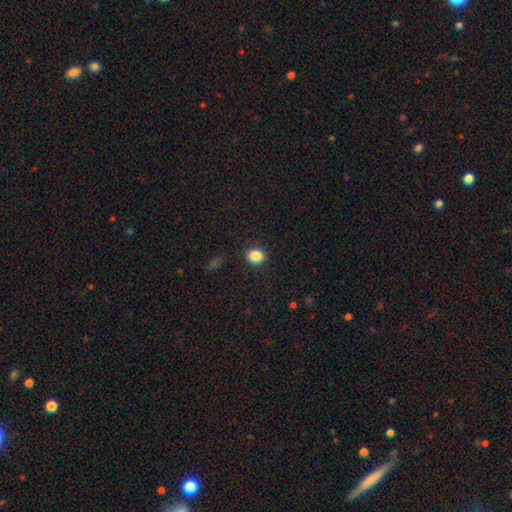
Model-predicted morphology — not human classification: A smooth galaxy with no disk features (86%) that is round (78%).

Vote fractions:
- Smooth or featured? smooth: 86% / star or artifact: 10% / featured or disk: 4%
- How rounded? round: 78% / in between: 21% / cigar-shaped: 1%
- Merging? none: 91% / minor disturbance: 6% / major disturbance: 2% / merger: 1%